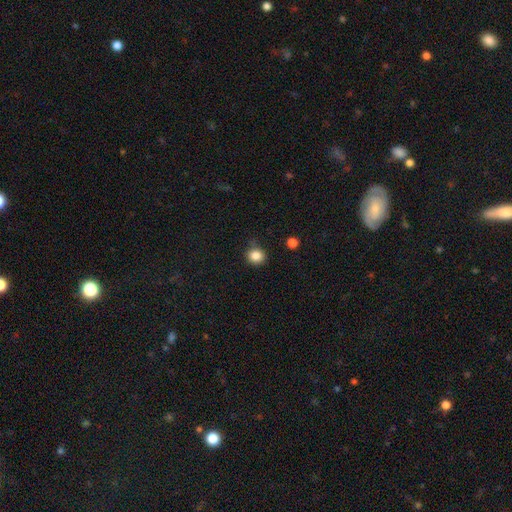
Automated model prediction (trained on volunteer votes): Smooth or featured?
  - smooth: 85% *
  - star or artifact: 11%
  - featured or disk: 4%
How rounded?
  - round: 88% *
  - in between: 11%
  - cigar-shaped: 1%
Merging?
  - none: 80% *
  - minor disturbance: 14%
  - major disturbance: 3%
  - merger: 2%